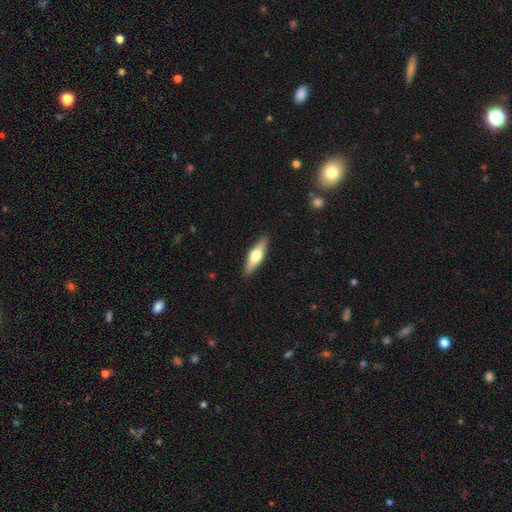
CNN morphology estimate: Smooth or featured? Predicted: featured or disk (p=0.49). Merging? Predicted: none (p=0.90).